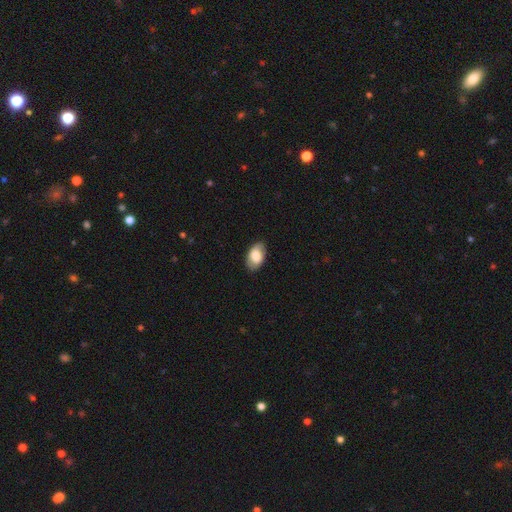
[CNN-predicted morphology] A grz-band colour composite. It shows a smooth galaxy with no disk features (78%) that is in between round and cigar-shaped (93%). Merging: none (84%).